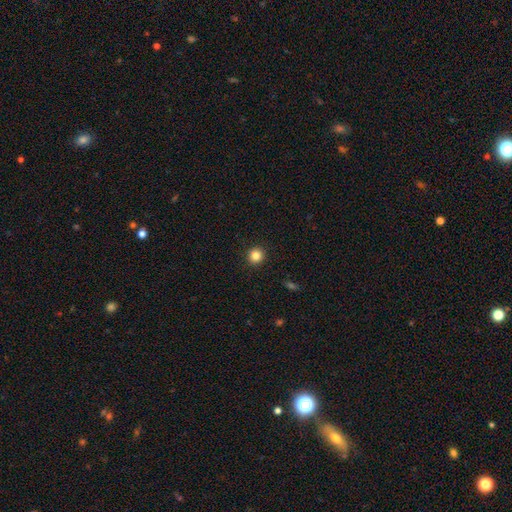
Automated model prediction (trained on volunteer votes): smooth-or-featured: smooth: 84% | star or artifact: 11% | featured or disk: 4%
  how-rounded: round: 94% | in between: 5% | cigar-shaped: 1%
  merging: none: 93% | minor disturbance: 5% | major disturbance: 2% | merger: 1%